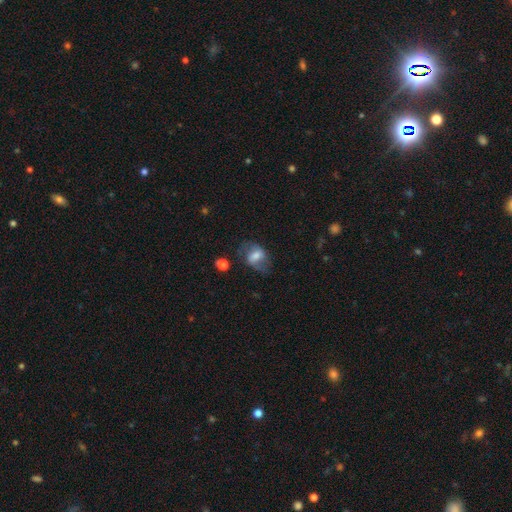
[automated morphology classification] smooth-or-featured: smooth: 54% | featured or disk: 38% | star or artifact: 9%
  how-rounded: in between: 73% | round: 25% | cigar-shaped: 2%
  merging: none: 53% | minor disturbance: 25% | major disturbance: 18% | merger: 4%